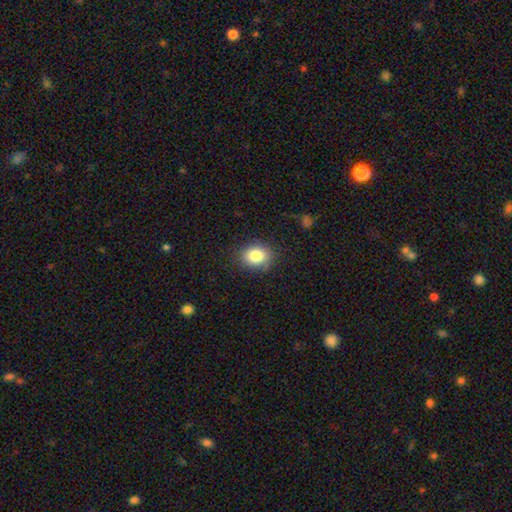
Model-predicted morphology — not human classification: This appears to be a smooth galaxy with no disk features (83%) that is in between round and cigar-shaped (52%). Merging: none (84%).